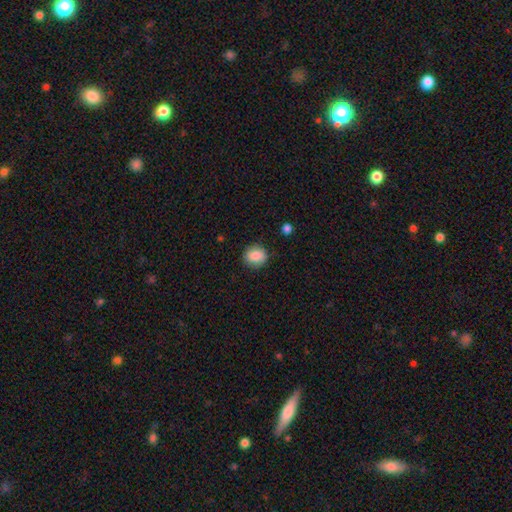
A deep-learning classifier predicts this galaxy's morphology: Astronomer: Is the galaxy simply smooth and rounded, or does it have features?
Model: smooth — 87%.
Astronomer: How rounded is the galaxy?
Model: round — 70%.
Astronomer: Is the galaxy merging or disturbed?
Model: none — 85%.